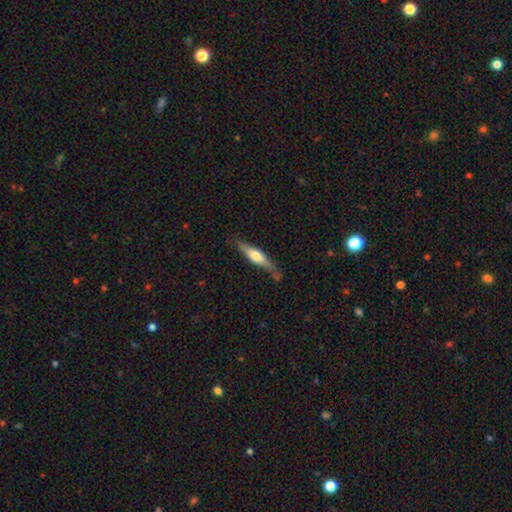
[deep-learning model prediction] Morphology: type=smooth (48%); merging=none (65%).